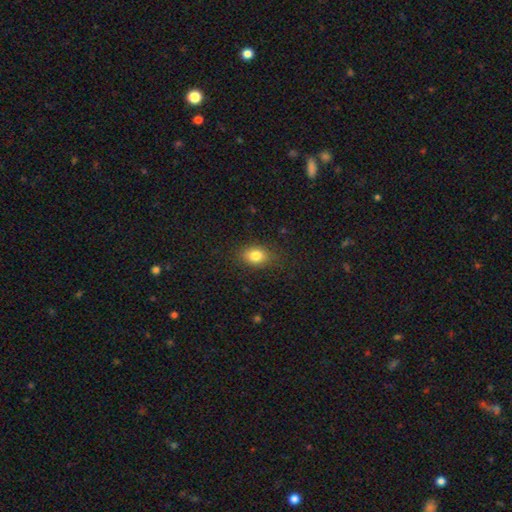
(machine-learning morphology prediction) The model was most divided on "how rounded": in between: 66%, round: 32%, cigar-shaped: 1%. More confident: merging — none (83%); smooth or featured — smooth (82%).